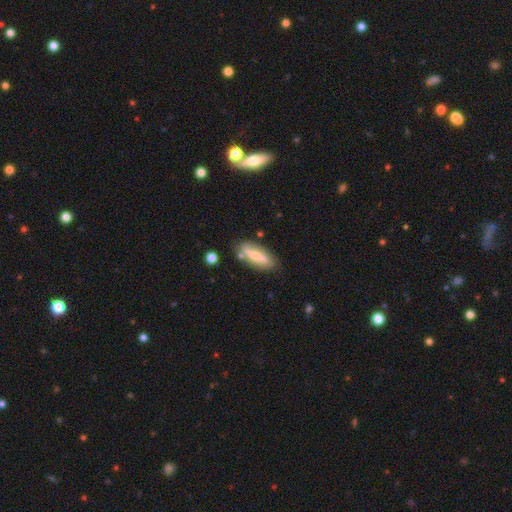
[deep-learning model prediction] A smooth galaxy with no disk features (59%) that is in between round and cigar-shaped (52%).

Vote fractions:
- Smooth or featured? smooth: 59% / featured or disk: 34% / star or artifact: 7%
- How rounded? in between: 52% / cigar-shaped: 46% / round: 2%
- Merging? none: 75% / minor disturbance: 16% / merger: 5% / major disturbance: 4%